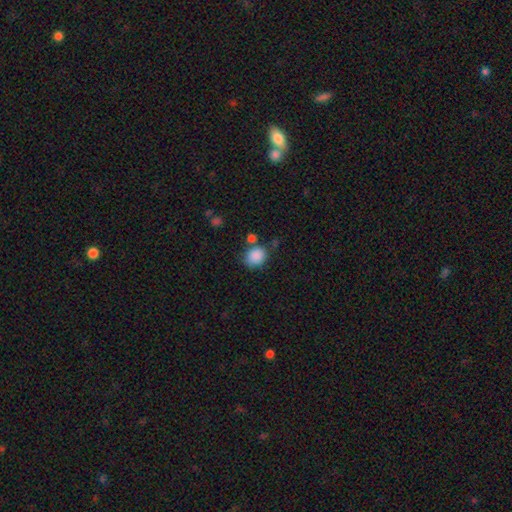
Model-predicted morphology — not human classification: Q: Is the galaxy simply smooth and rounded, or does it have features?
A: smooth — 87%.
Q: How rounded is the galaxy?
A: round — 63%.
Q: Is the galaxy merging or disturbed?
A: none — 69%.